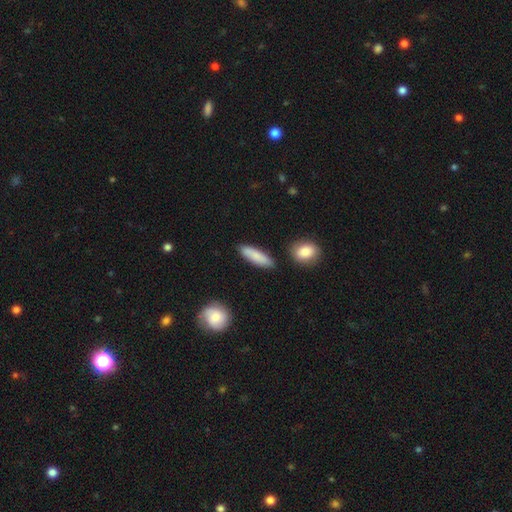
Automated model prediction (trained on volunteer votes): This is clearly a smooth galaxy (83%). How rounded: possibly cigar-shaped (58%). Merging: clearly none (82%).